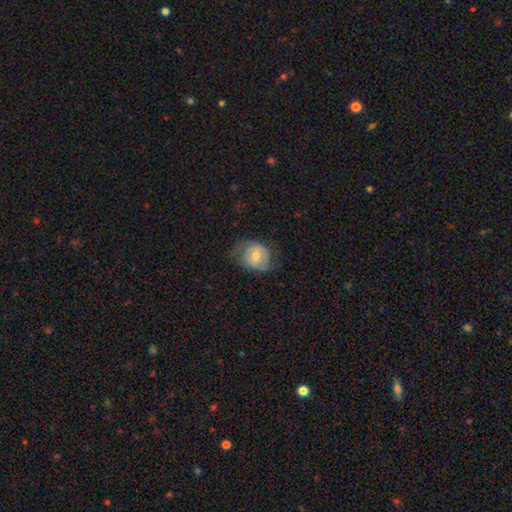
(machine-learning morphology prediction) smooth-or-featured: smooth: 54% | featured or disk: 39% | star or artifact: 7%
  how-rounded: round: 55% | in between: 44% | cigar-shaped: 1%
  merging: none: 48% | minor disturbance: 31% | major disturbance: 20% | merger: 1%